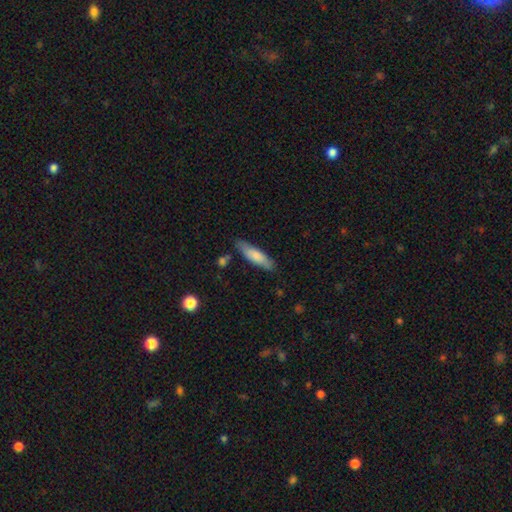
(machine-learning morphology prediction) Smooth or featured? smooth (76%)
How rounded? cigar-shaped (60%)
Merging? none (79%)